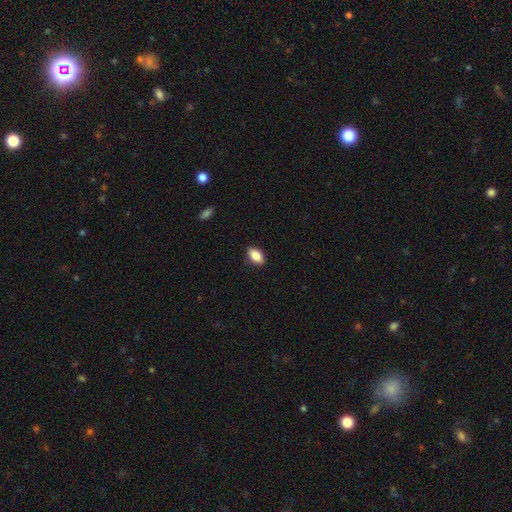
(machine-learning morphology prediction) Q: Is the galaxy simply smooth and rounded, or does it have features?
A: smooth — 85%.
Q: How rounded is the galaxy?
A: in between — 91%.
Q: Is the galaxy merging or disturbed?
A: none — 88%.